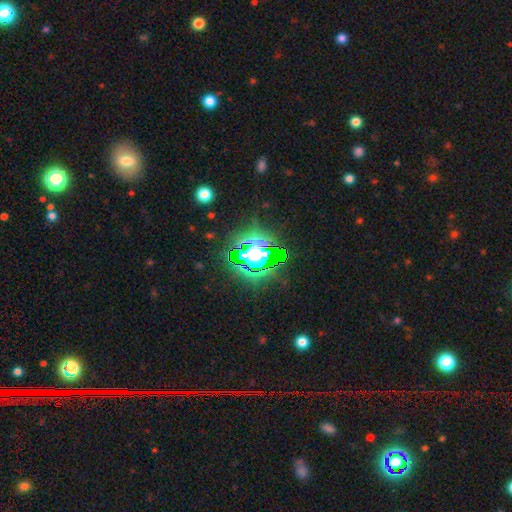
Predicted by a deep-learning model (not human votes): smooth-or-featured: star or artifact: 69% | smooth: 18% | featured or disk: 13%